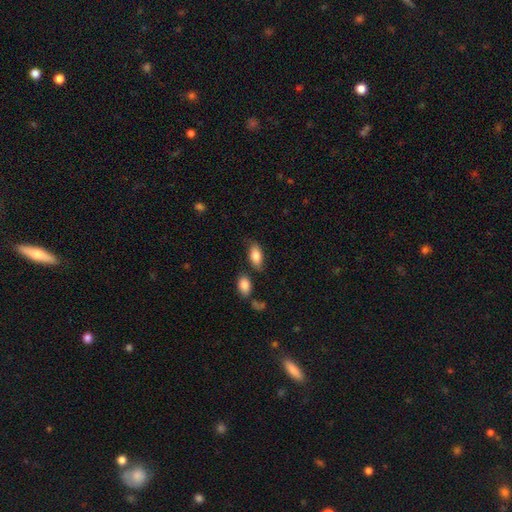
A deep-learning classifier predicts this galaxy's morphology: type=smooth (82%); roundness=in between (91%); merging=none (72%).